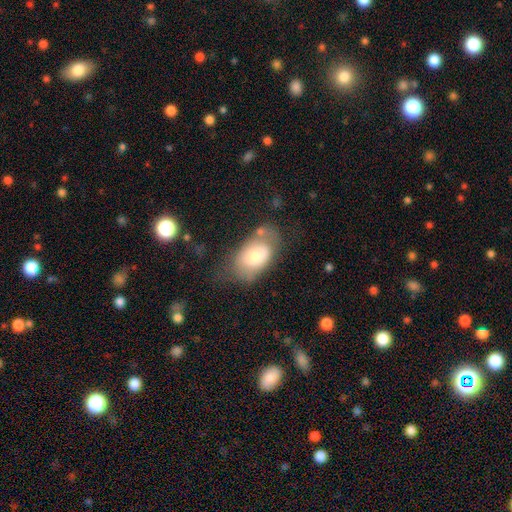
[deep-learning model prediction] smooth_or_featured: smooth (p=0.67) [alt: featured or disk p=0.25]
how_rounded: in between (p=0.90) [alt: round p=0.09]
merging: none (p=0.51) [alt: minor disturbance p=0.27]